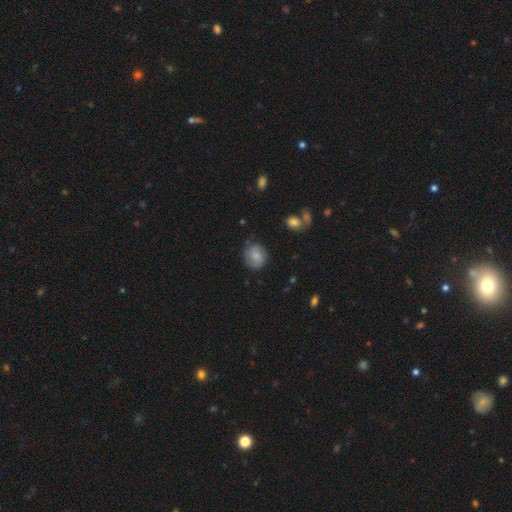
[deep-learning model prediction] Smooth or featured? smooth (79%)
How rounded? round (77%)
Merging? none (79%)